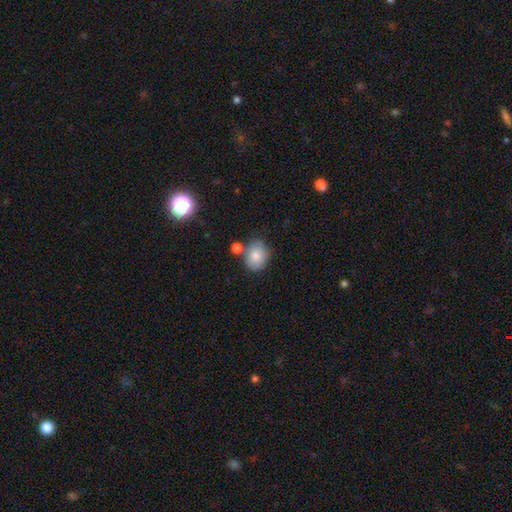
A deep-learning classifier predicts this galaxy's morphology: Smooth or featured: smooth — 81% (featured or disk — 10%)
How rounded: round — 51% (in between — 48%)
Merging: none — 66% (merger — 16%)